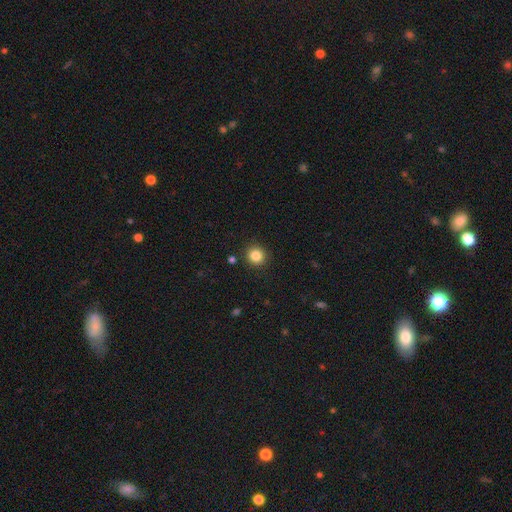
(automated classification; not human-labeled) Smooth or featured? Predicted: smooth (p=0.84). How rounded? Predicted: round (p=0.93). Merging? Predicted: none (p=0.91).